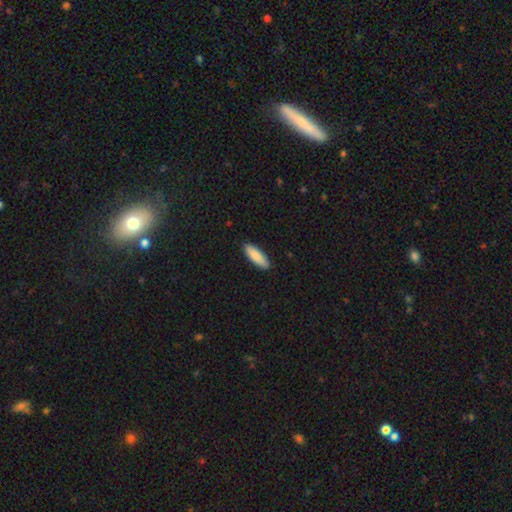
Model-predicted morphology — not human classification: smooth-or-featured: smooth: 88% | featured or disk: 7% | star or artifact: 5%
  how-rounded: in between: 58% | cigar-shaped: 40% | round: 2%
  merging: none: 90% | minor disturbance: 8% | major disturbance: 1% | merger: 1%